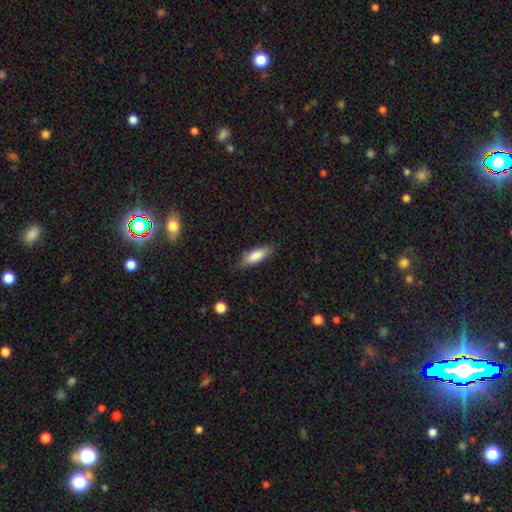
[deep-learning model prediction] A smooth galaxy with no disk features (83%) that is in between round and cigar-shaped (62%). Merging: none (78%).